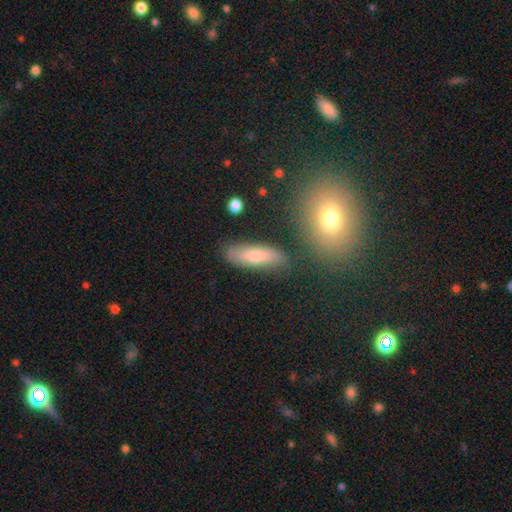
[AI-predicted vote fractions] Smooth or featured?
  - smooth: 53% *
  - featured or disk: 29%
  - star or artifact: 18%
How rounded?
  - in between: 48% *
  - cigar-shaped: 44%
  - round: 9%
Merging?
  - none: 81% *
  - minor disturbance: 11%
  - merger: 5%
  - major disturbance: 4%